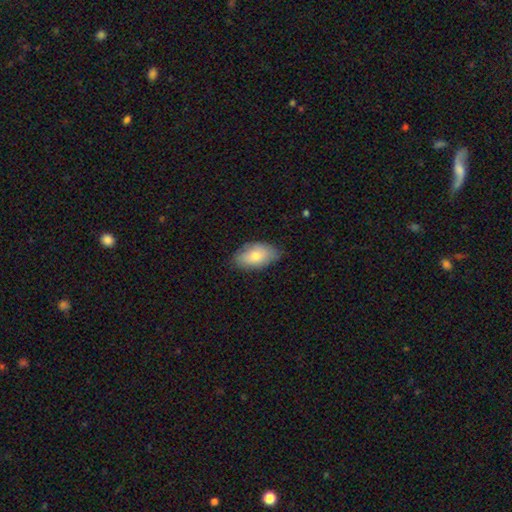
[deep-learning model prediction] smooth 75%, featured or disk 18%, star or artifact 7%. Down the decision tree: how rounded — in between (93%); merging — none (76%).